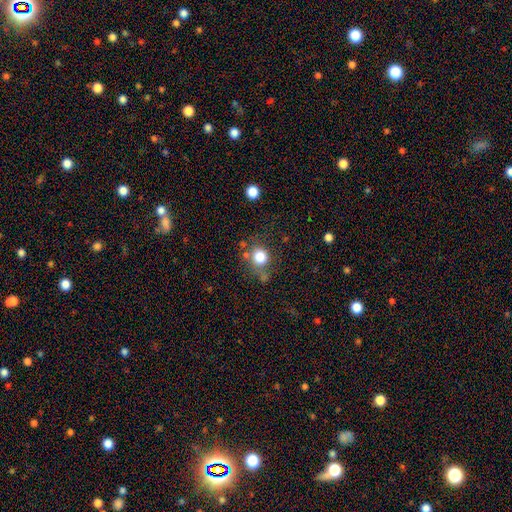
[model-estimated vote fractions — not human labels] Overall: smooth (79%). How rounded: round (86%). Merging: none (70%).